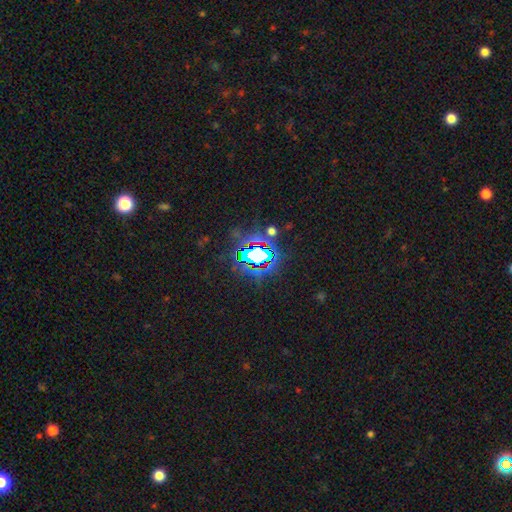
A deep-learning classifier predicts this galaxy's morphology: Q: Smooth or featured?
A: star or artifact (74%); runner-up: smooth (14%)